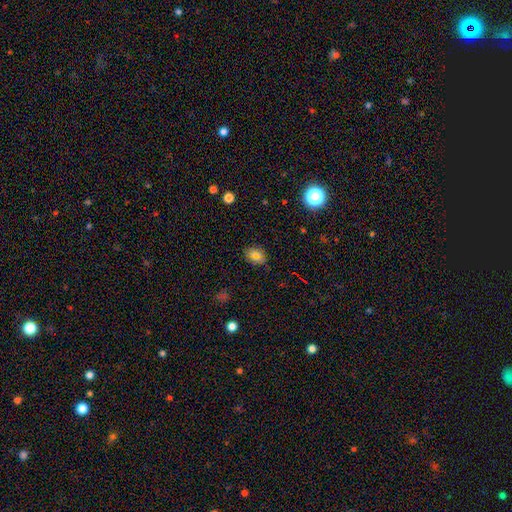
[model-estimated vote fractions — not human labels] smooth-or-featured: smooth: 77% | star or artifact: 14% | featured or disk: 10%
  how-rounded: in between: 71% | round: 27% | cigar-shaped: 2%
  merging: none: 82% | minor disturbance: 14% | major disturbance: 3% | merger: 1%